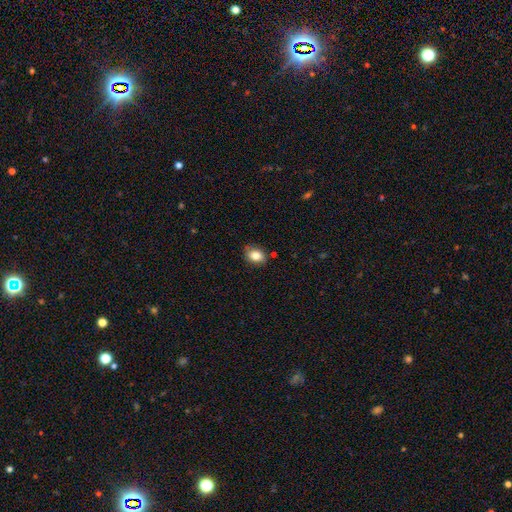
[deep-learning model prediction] This is clearly a smooth galaxy (82%). How rounded: likely in between (74%). Merging: likely none (77%).